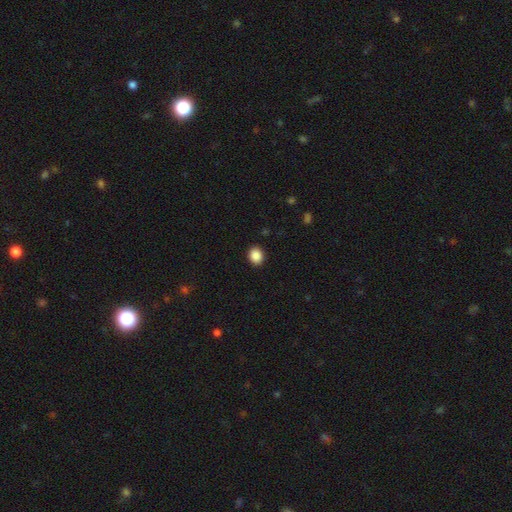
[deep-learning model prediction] Smooth or featured: smooth — 88% (star or artifact — 9%)
How rounded: round — 64% (in between — 35%)
Merging: none — 92% (minor disturbance — 6%)